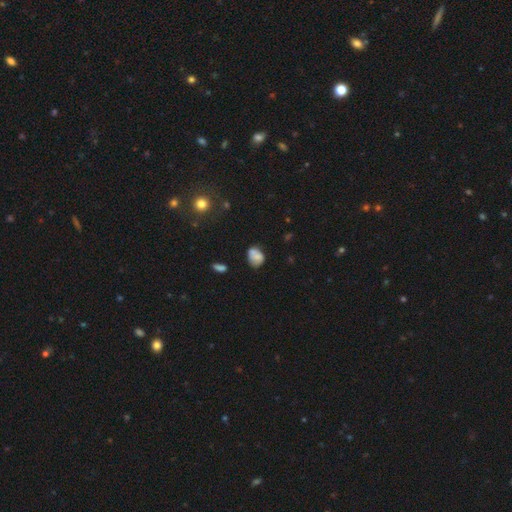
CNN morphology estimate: smooth 72%, featured or disk 18%, star or artifact 9%. Down the decision tree: how rounded — in between (62%); merging — none (45%).